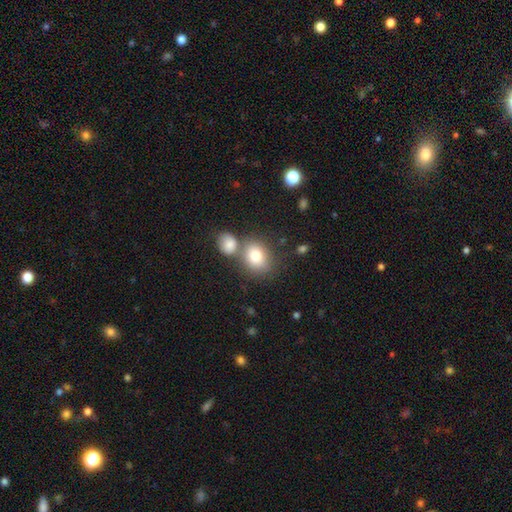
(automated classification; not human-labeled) A smooth galaxy with no disk features (80%) that is round (55%).

Vote fractions:
- Smooth or featured? smooth: 80% / featured or disk: 11% / star or artifact: 9%
- How rounded? round: 55% / in between: 44% / cigar-shaped: 1%
- Merging? none: 51% / merger: 33% / minor disturbance: 12% / major disturbance: 5%